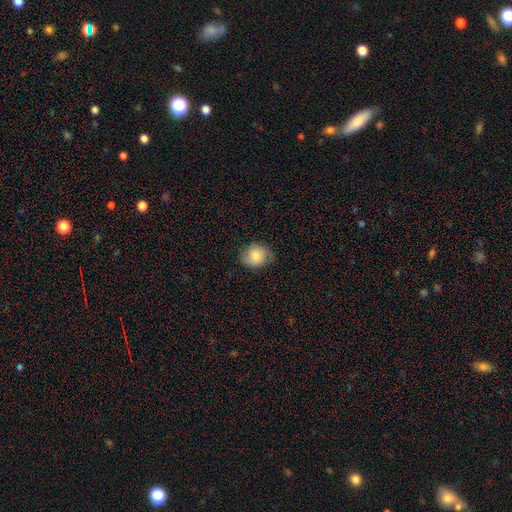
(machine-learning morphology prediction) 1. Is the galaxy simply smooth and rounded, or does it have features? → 66% smooth, 26% featured or disk, 8% star or artifact.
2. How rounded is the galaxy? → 64% round, 35% in between, 1% cigar-shaped.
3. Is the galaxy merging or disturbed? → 70% none, 23% minor disturbance, 6% major disturbance, 1% merger.